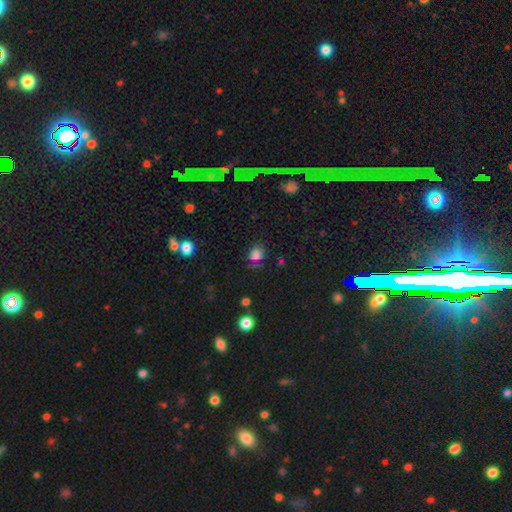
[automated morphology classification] This is likely a smooth galaxy (77%). How rounded: likely round (62%). Merging: likely none (70%).